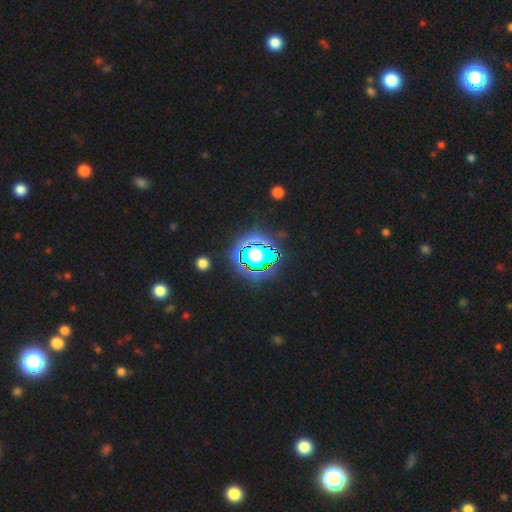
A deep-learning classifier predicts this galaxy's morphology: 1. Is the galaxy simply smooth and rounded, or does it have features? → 75% star or artifact, 15% smooth, 10% featured or disk.